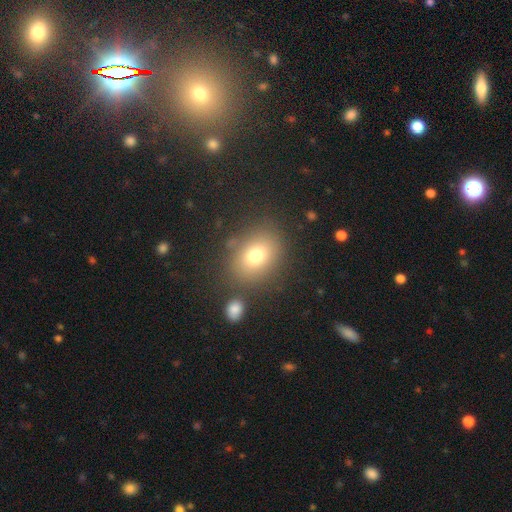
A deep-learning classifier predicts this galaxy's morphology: Q: Smooth or featured?
A: smooth (76%); runner-up: star or artifact (13%)
Q: How rounded?
A: in between (58%); runner-up: round (41%)
Q: Merging?
A: none (79%); runner-up: minor disturbance (11%)